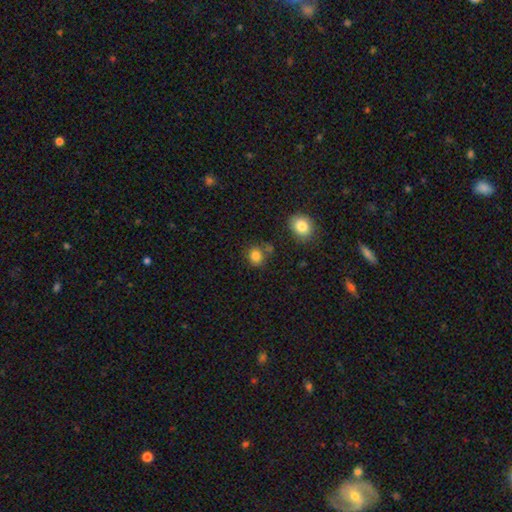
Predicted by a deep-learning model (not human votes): smooth_or_featured: smooth (p=0.83) [alt: star or artifact p=0.11]
how_rounded: round (p=0.74) [alt: in between p=0.25]
merging: none (p=0.72) [alt: minor disturbance p=0.13]